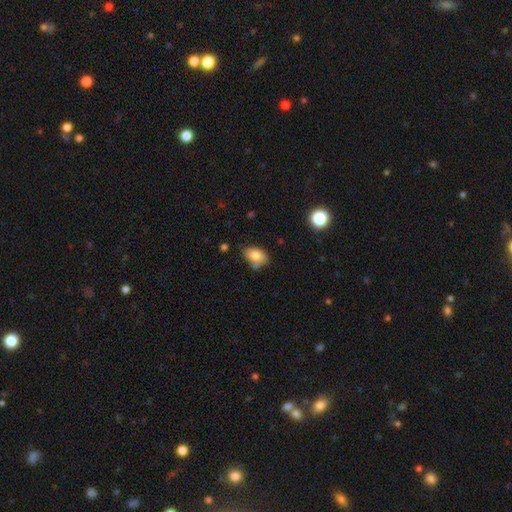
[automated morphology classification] Overall: smooth (81%). How rounded: in between (83%). Merging: none (55%; minor disturbance 27%).